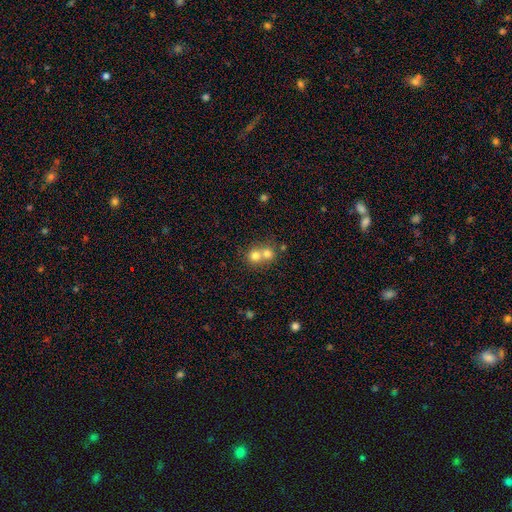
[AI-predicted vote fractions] Smooth or featured? smooth (72%)
How rounded? round (83%)
Merging? merger (64%)